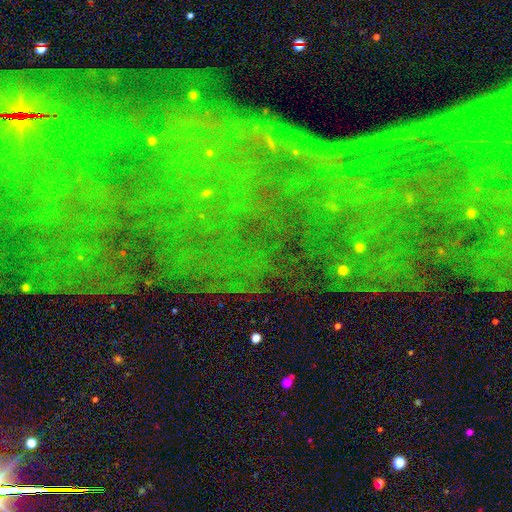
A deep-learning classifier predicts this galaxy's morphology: type=star or artifact (79%).